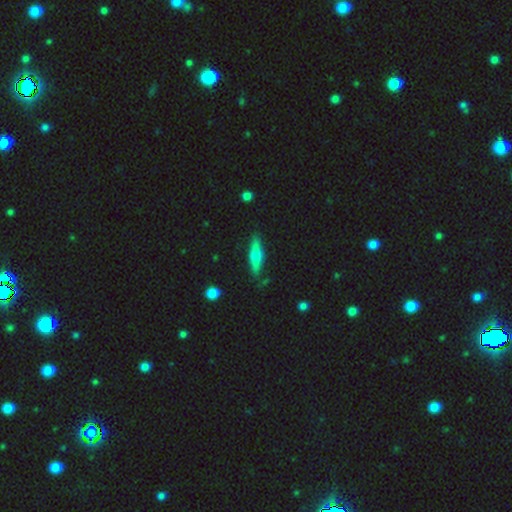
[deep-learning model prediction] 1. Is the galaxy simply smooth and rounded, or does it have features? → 52% featured or disk, 41% smooth, 6% star or artifact.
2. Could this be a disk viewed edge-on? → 94% yes, 6% no.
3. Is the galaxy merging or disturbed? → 86% none, 10% minor disturbance, 2% major disturbance, 2% merger.